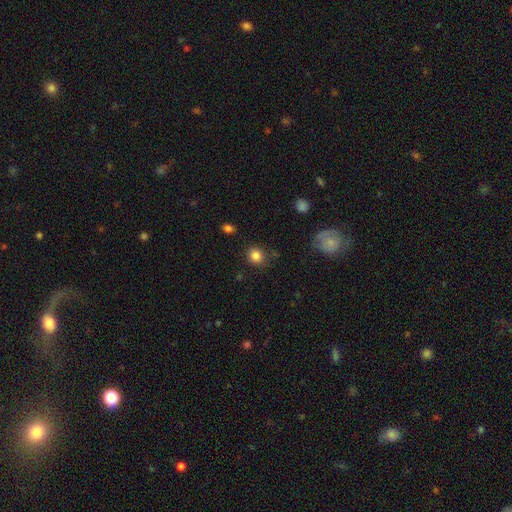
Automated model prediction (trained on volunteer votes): A smooth galaxy with no disk features (84%) that is round (84%). Merging: none (84%).